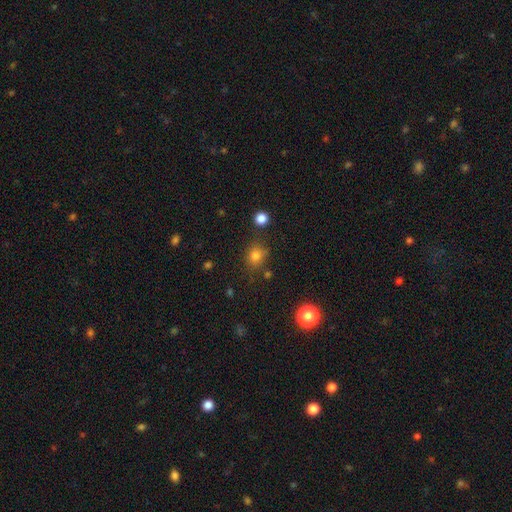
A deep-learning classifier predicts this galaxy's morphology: A smooth galaxy with no disk features (79%) that is round (73%). Merging: none (76%).